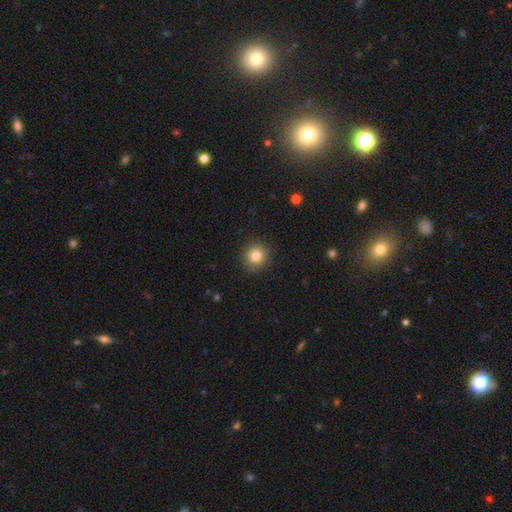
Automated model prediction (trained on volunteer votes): Morphology: type=smooth (83%); roundness=round (90%); merging=none (89%).